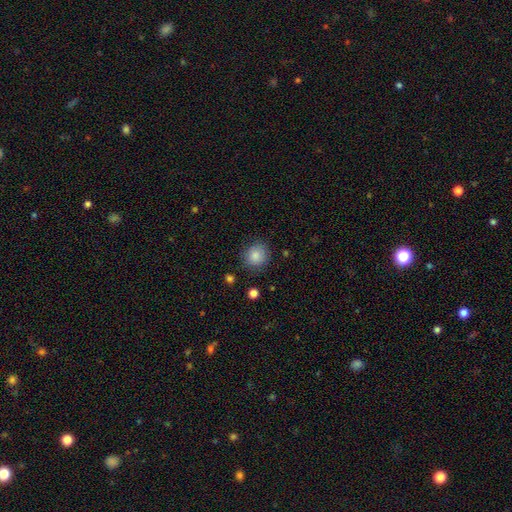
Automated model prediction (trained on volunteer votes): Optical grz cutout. It shows a smooth galaxy with no disk features (86%) that is round (85%). Merging: none (83%).